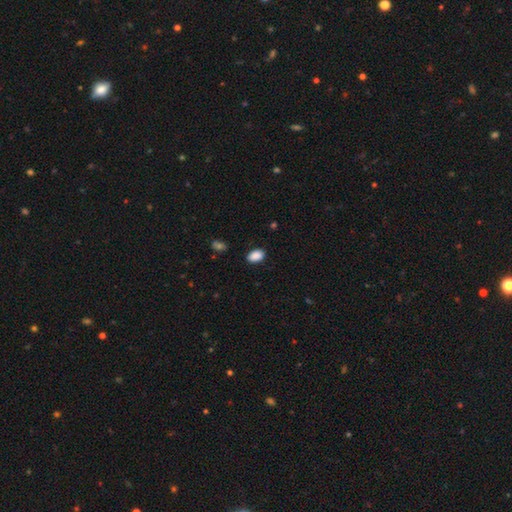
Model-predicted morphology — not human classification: A smooth galaxy with no disk features (89%) that is in between round and cigar-shaped (89%).

Vote fractions:
- Smooth or featured? smooth: 89% / star or artifact: 8% / featured or disk: 3%
- How rounded? in between: 89% / round: 10% / cigar-shaped: 1%
- Merging? none: 86% / minor disturbance: 11% / major disturbance: 2% / merger: 1%